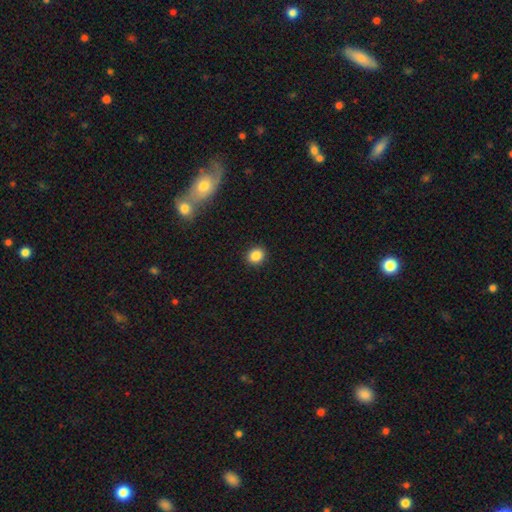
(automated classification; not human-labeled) Smooth or featured: smooth — 86% (star or artifact — 10%)
How rounded: round — 80% (in between — 19%)
Merging: none — 91% (minor disturbance — 6%)